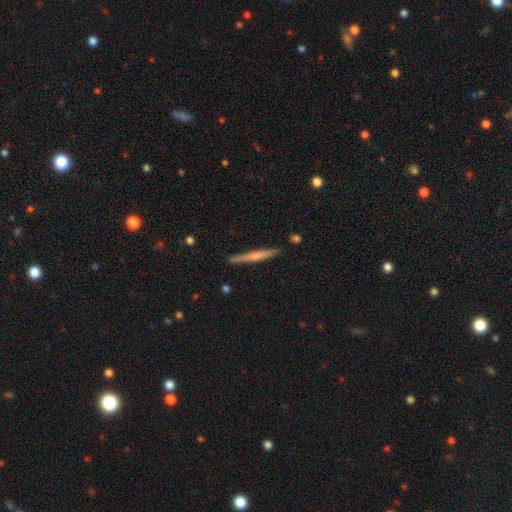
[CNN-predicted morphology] This appears to be a featured or disk galaxy (50%) viewed edge-on (97%). Merging: none (88%).